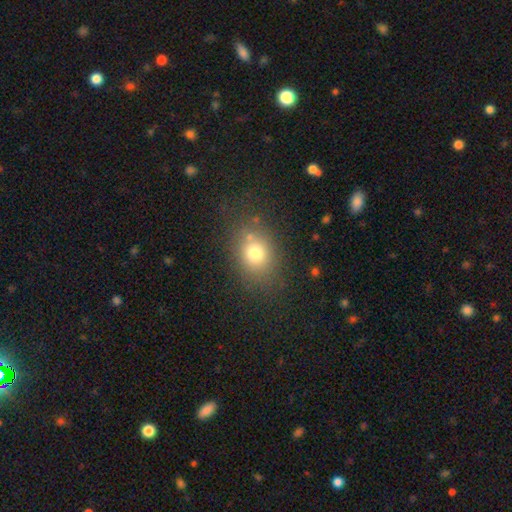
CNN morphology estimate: The model was most divided on "how rounded": in between: 53%, round: 46%, cigar-shaped: 1%. More confident: smooth or featured — smooth (75%); merging — none (72%).